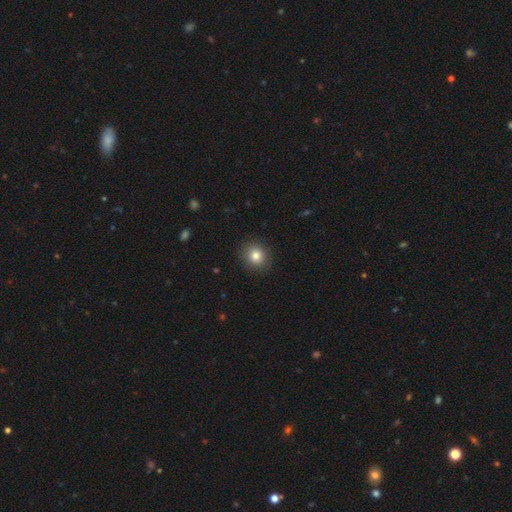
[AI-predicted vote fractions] Smooth or featured?
  - smooth: 82% *
  - star or artifact: 11%
  - featured or disk: 8%
How rounded?
  - round: 81% *
  - in between: 18%
  - cigar-shaped: 1%
Merging?
  - none: 90% *
  - minor disturbance: 7%
  - major disturbance: 2%
  - merger: 1%